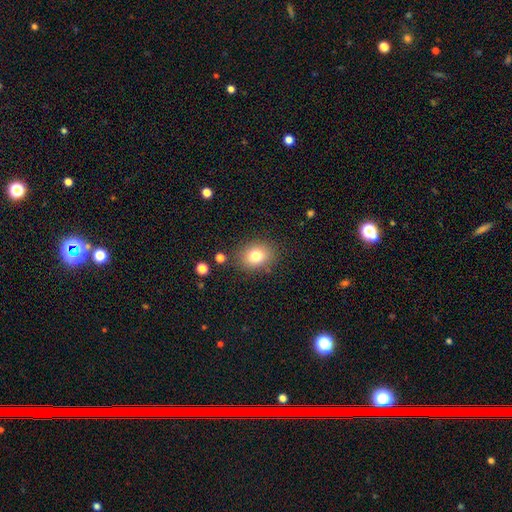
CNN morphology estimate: This appears to be a smooth galaxy with no disk features (79%) that is round (50%). Merging: none (83%).